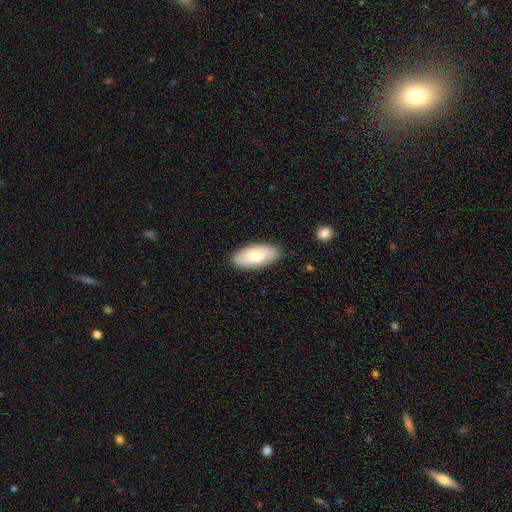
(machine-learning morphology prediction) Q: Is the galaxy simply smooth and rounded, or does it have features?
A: smooth — 59%.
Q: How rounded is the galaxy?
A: in between — 91%.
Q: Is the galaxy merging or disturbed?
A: none — 85%.